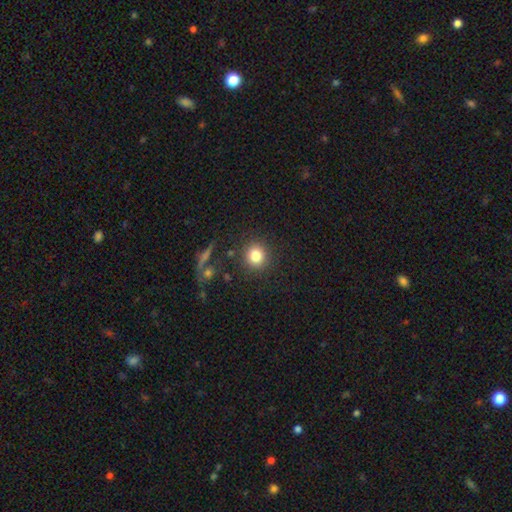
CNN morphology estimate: This appears to be a smooth galaxy with no disk features (81%) that is round (90%). Merging: none (88%).